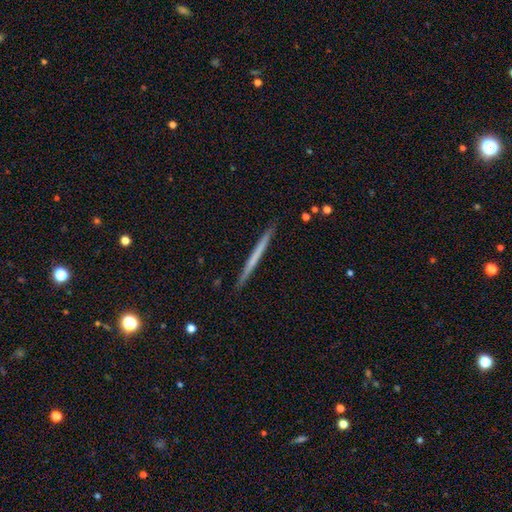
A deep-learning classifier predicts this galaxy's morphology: Smooth or featured? smooth (49%)
Merging? none (92%)